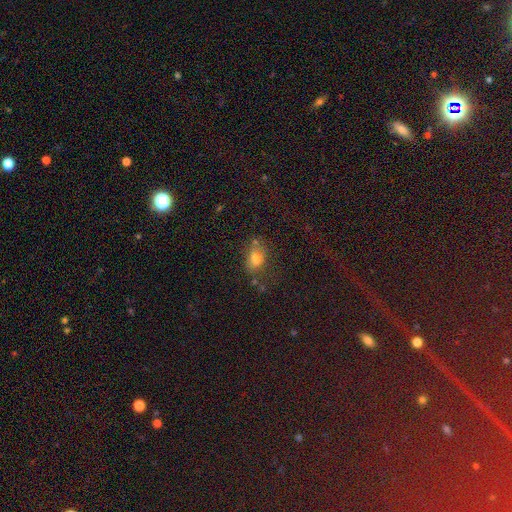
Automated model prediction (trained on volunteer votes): Smooth or featured? Predicted: smooth (p=0.66). How rounded? Predicted: in between (p=0.68). Merging? Predicted: none (p=0.63).